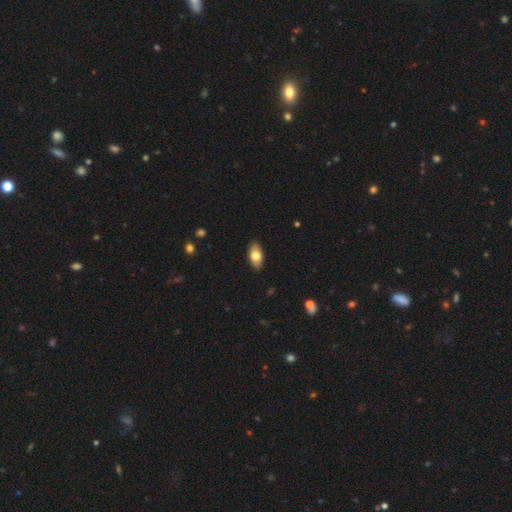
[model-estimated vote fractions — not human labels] Morphology: type=smooth (77%); roundness=in between (93%); merging=none (89%).